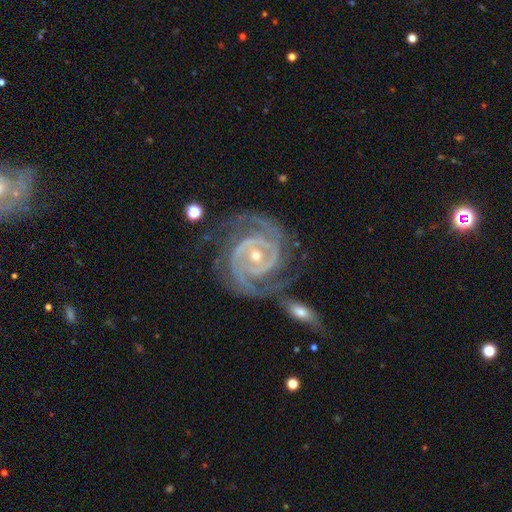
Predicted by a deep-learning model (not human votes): Q: Smooth or featured?
A: featured or disk (94%); runner-up: star or artifact (4%)
Q: Edge-on disk?
A: no (97%); runner-up: yes (3%)
Q: Bar?
A: no (50%); runner-up: weak (30%)
Q: Spiral arms?
A: yes (99%); runner-up: no (1%)
Q: Spiral winding?
A: tight (69%); runner-up: medium (27%)
Q: Spiral arm count?
A: 2 (63%); runner-up: 3 (19%)
Q: Bulge size?
A: small (60%); runner-up: moderate (37%)
Q: Merging?
A: none (61%); runner-up: minor disturbance (18%)